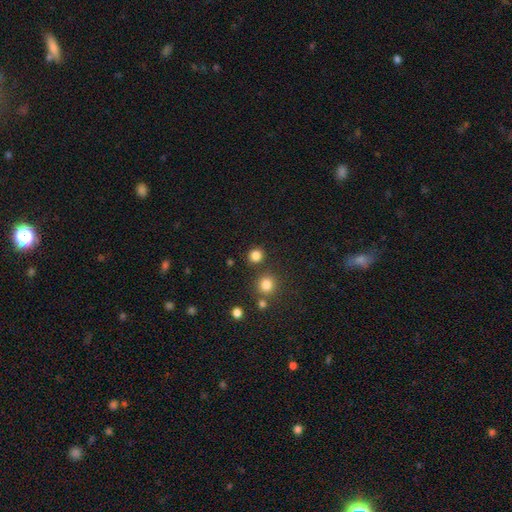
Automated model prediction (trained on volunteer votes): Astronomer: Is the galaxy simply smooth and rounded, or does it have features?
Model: smooth — 83%.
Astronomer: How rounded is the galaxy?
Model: round — 88%.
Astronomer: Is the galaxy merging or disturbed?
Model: none — 84%.